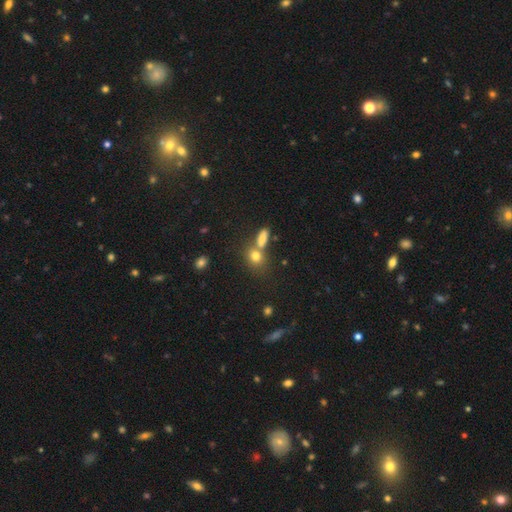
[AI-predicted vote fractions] smooth_or_featured: smooth (p=0.76) [alt: star or artifact p=0.14]
how_rounded: round (p=0.52) [alt: in between p=0.44]
merging: none (p=0.49) [alt: merger p=0.36]